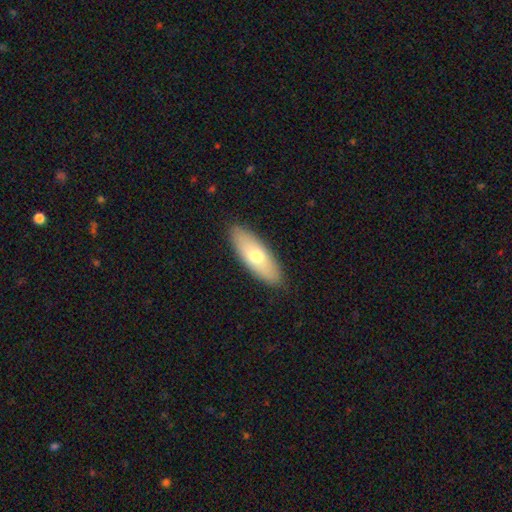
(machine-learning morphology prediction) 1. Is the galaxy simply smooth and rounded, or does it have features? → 67% smooth, 28% featured or disk, 6% star or artifact.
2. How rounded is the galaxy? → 67% in between, 31% cigar-shaped, 2% round.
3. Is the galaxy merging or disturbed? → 88% none, 9% minor disturbance, 2% major disturbance, 1% merger.